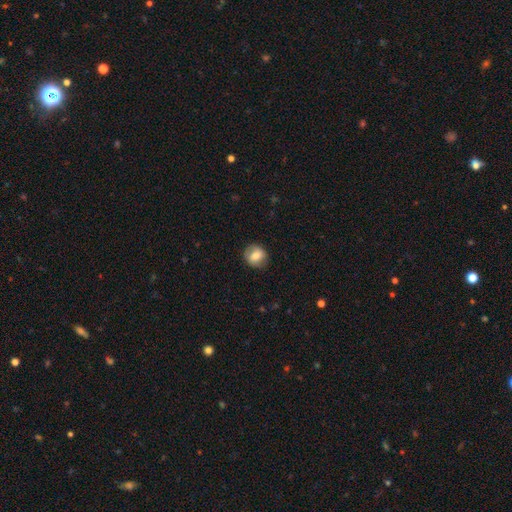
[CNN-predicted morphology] Overall: smooth (73%). How rounded: round (79%). Merging: none (85%).